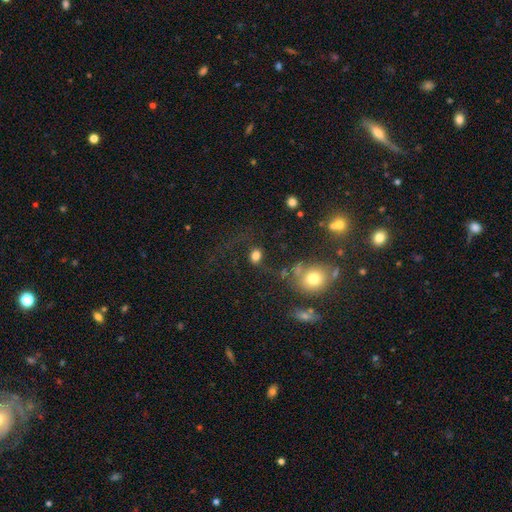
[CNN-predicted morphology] Smooth or featured?
  - smooth: 74% *
  - star or artifact: 14%
  - featured or disk: 12%
How rounded?
  - in between: 56% *
  - round: 42%
  - cigar-shaped: 2%
Merging?
  - none: 57% *
  - major disturbance: 17%
  - minor disturbance: 16%
  - merger: 10%